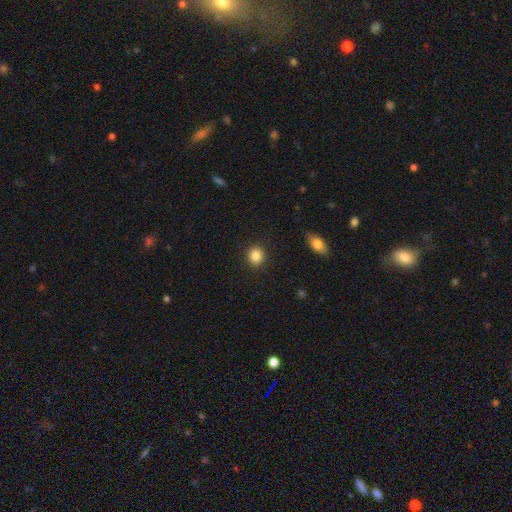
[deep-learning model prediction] A smooth galaxy with no disk features (86%) that is round (84%). Merging: none (91%).